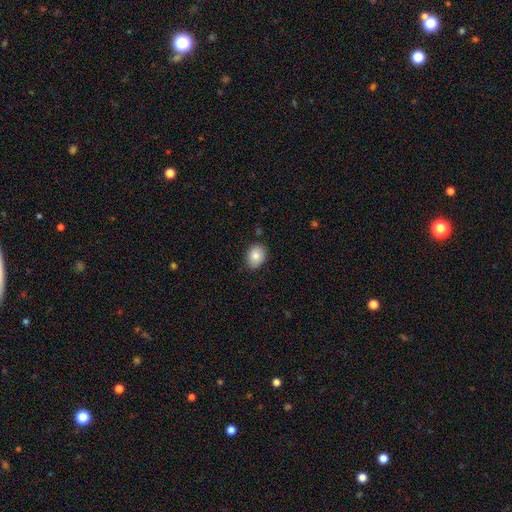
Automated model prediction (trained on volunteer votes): Q: Smooth or featured?
A: smooth (84%); runner-up: featured or disk (8%)
Q: How rounded?
A: in between (66%); runner-up: round (33%)
Q: Merging?
A: none (85%); runner-up: minor disturbance (11%)